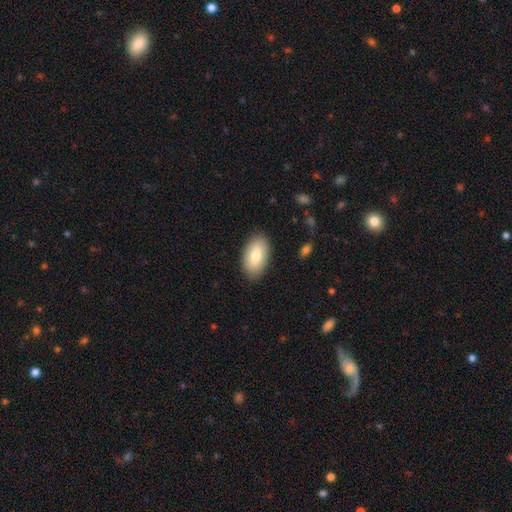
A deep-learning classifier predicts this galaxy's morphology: smooth-or-featured: smooth: 77% | featured or disk: 17% | star or artifact: 6%
  how-rounded: in between: 94% | round: 4% | cigar-shaped: 2%
  merging: none: 86% | minor disturbance: 10% | major disturbance: 2% | merger: 1%